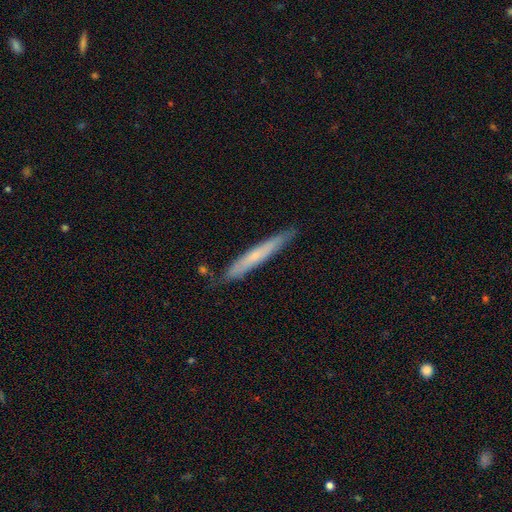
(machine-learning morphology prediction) A smooth galaxy with no disk features (51%) that is cigar-shaped (96%). Merging: none (84%).